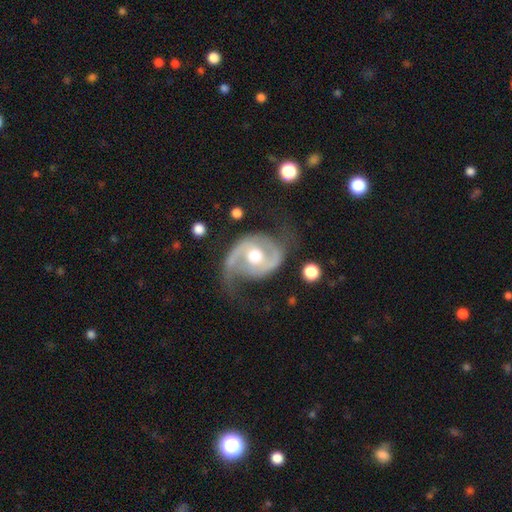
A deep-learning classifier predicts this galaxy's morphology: Smooth or featured? Predicted: featured or disk (p=0.90). Edge-on disk? Predicted: no (p=0.98). Bar? Predicted: no (p=0.53). Spiral arms? Predicted: yes (p=0.96). Spiral winding? Predicted: medium (p=0.50). Spiral arm count? Predicted: 2 (p=0.87). Bulge size? Predicted: moderate (p=0.72). Merging? Predicted: none (p=0.59).